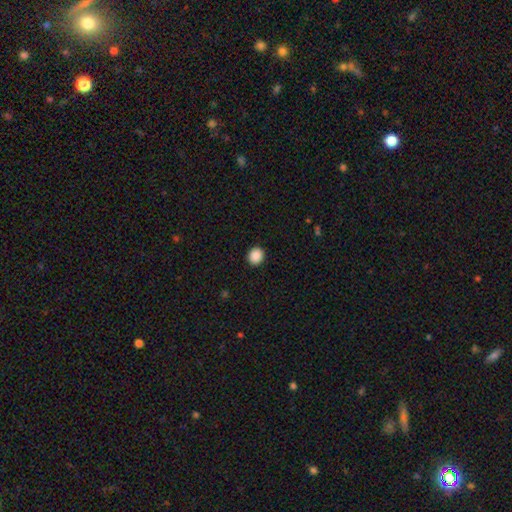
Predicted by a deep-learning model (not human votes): The model was most divided on "how rounded": round: 83%, in between: 16%, cigar-shaped: 1%. More confident: merging — none (92%); smooth or featured — smooth (89%).